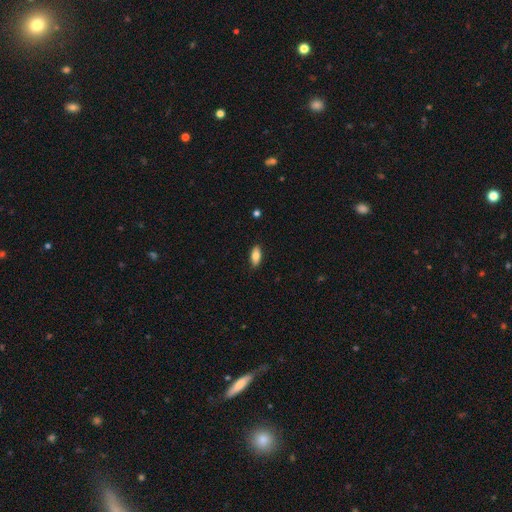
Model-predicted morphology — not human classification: smooth 81%, featured or disk 13%, star or artifact 7%. Down the decision tree: how rounded — in between (86%); merging — none (87%).